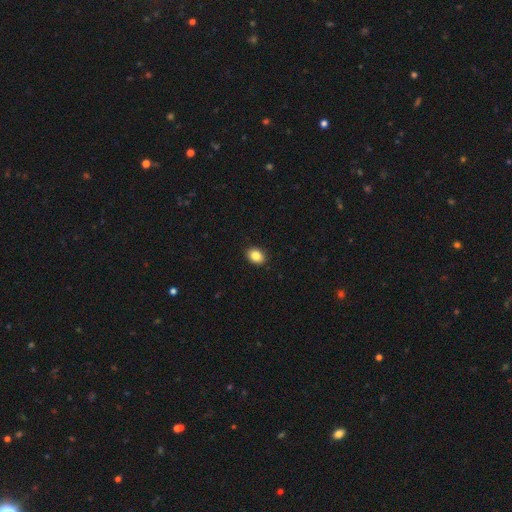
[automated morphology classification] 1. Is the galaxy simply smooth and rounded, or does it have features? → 86% smooth, 9% star or artifact, 5% featured or disk.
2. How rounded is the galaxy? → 70% in between, 29% round, 1% cigar-shaped.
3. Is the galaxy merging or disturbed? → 91% none, 6% minor disturbance, 2% major disturbance, 1% merger.